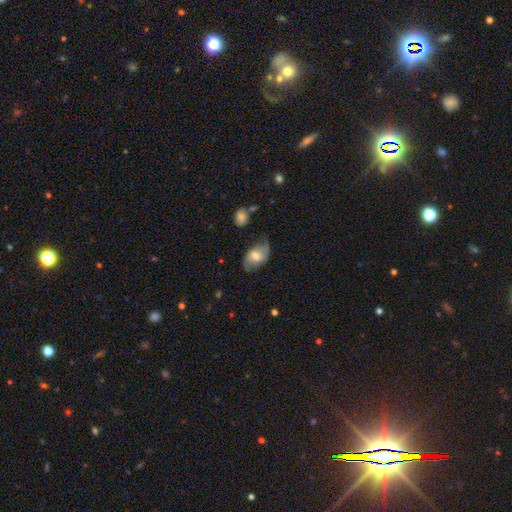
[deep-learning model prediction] smooth-or-featured: featured or disk: 52% | smooth: 40% | star or artifact: 7%
  disk-edge-on: no: 95% | yes: 5%
  merging: none: 64% | minor disturbance: 25% | major disturbance: 9% | merger: 2%